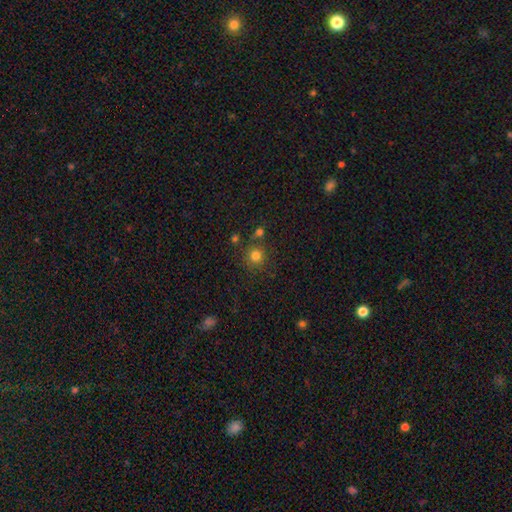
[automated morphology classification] A smooth galaxy with no disk features (79%) that is round (91%).

Vote fractions:
- Smooth or featured? smooth: 79% / star or artifact: 15% / featured or disk: 6%
- How rounded? round: 91% / in between: 8% / cigar-shaped: 1%
- Merging? none: 75% / merger: 11% / minor disturbance: 10% / major disturbance: 4%